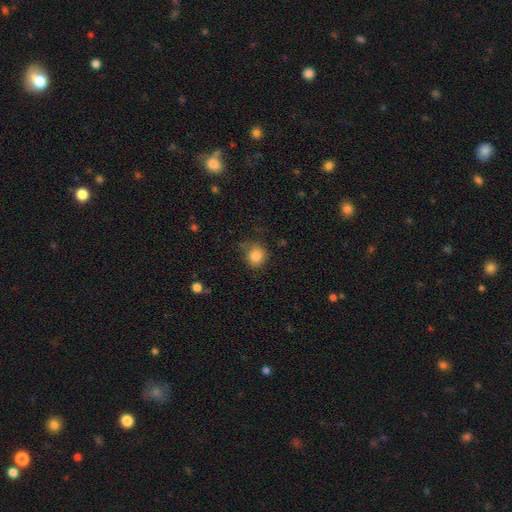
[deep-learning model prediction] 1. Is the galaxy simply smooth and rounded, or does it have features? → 85% smooth, 10% star or artifact, 5% featured or disk.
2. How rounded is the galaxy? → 85% round, 14% in between, 1% cigar-shaped.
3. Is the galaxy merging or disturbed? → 77% none, 16% minor disturbance, 5% major disturbance, 2% merger.